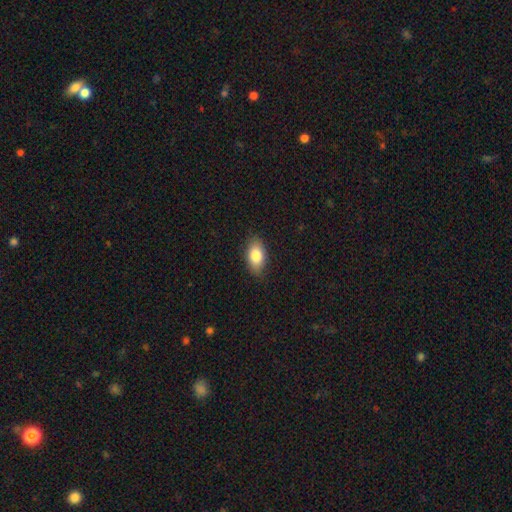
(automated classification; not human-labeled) Q: Smooth or featured?
A: smooth (83%); runner-up: featured or disk (10%)
Q: How rounded?
A: in between (91%); runner-up: round (6%)
Q: Merging?
A: none (85%); runner-up: minor disturbance (12%)